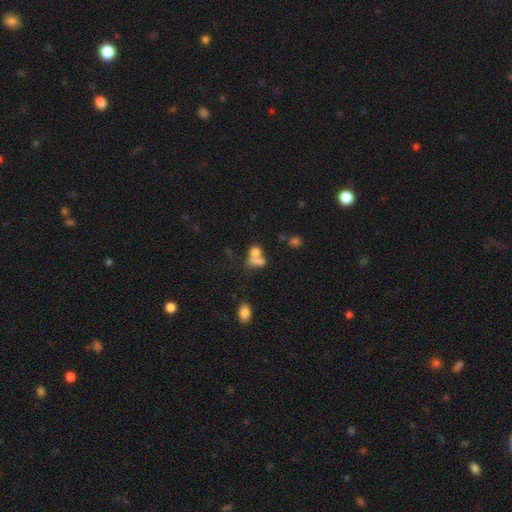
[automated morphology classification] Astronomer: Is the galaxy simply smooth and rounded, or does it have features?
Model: smooth — 72%.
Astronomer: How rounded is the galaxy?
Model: in between — 56% (runner-up: round, 40%).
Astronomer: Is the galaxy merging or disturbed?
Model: merger — 56%.